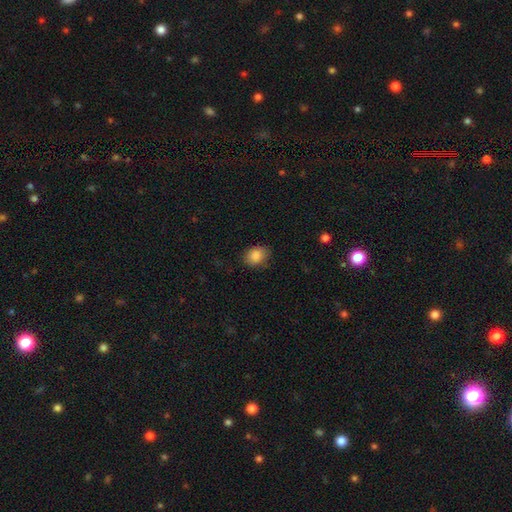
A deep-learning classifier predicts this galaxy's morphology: type=smooth (87%); roundness=in between (62%); merging=none (78%).